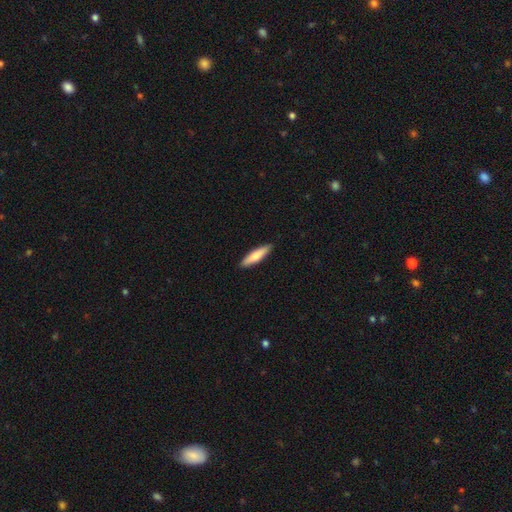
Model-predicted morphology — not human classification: Smooth or featured? Predicted: smooth (p=0.75). How rounded? Predicted: cigar-shaped (p=0.75). Merging? Predicted: none (p=0.90).